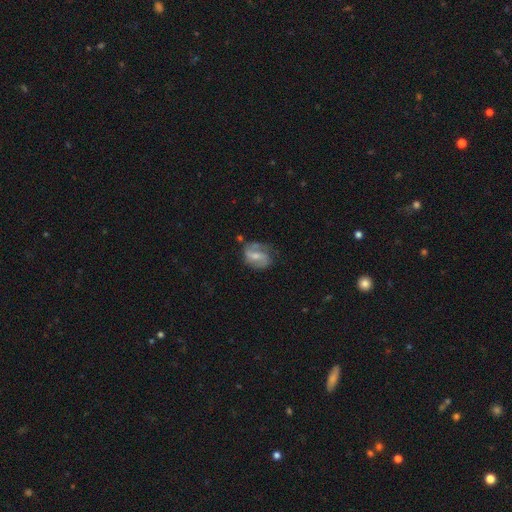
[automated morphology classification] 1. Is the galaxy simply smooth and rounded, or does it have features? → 70% featured or disk, 23% smooth, 7% star or artifact.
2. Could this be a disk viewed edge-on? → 97% no, 3% yes.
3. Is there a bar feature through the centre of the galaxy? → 49% weak, 29% strong, 22% no.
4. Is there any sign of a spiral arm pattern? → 88% yes, 12% no.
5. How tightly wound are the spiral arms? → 43% medium, 39% loose, 18% tight.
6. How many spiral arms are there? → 80% 2, 8% can't tell, 8% 1, 2% 3, 1% 4, 1% more than 4.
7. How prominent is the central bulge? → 41% moderate (tied), 41% small (tied), 12% none, 4% large, 1% dominant.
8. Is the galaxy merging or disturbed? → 57% none, 25% minor disturbance, 14% major disturbance, 5% merger.